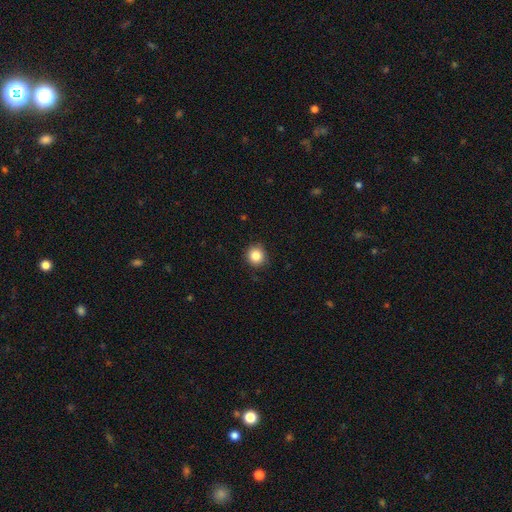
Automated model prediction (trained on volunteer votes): A smooth galaxy with no disk features (85%) that is round (91%).

Vote fractions:
- Smooth or featured? smooth: 85% / star or artifact: 10% / featured or disk: 5%
- How rounded? round: 91% / in between: 8% / cigar-shaped: 1%
- Merging? none: 89% / minor disturbance: 8% / major disturbance: 2% / merger: 1%